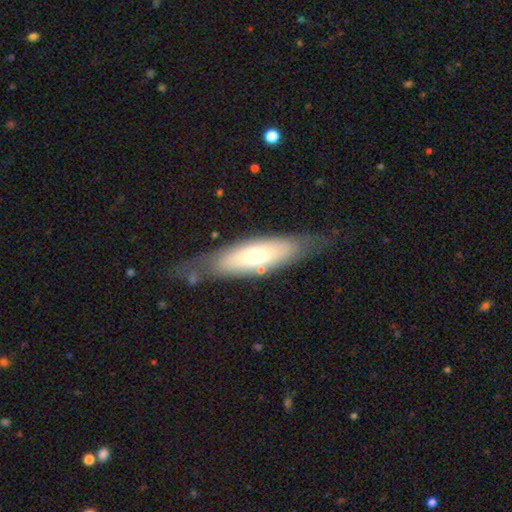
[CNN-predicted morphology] A smooth galaxy with no disk features (51%) that is in between round and cigar-shaped (51%).

Vote fractions:
- Smooth or featured? smooth: 51% / featured or disk: 42% / star or artifact: 7%
- How rounded? in between: 51% / cigar-shaped: 47% / round: 2%
- Merging? none: 67% / minor disturbance: 19% / major disturbance: 9% / merger: 5%